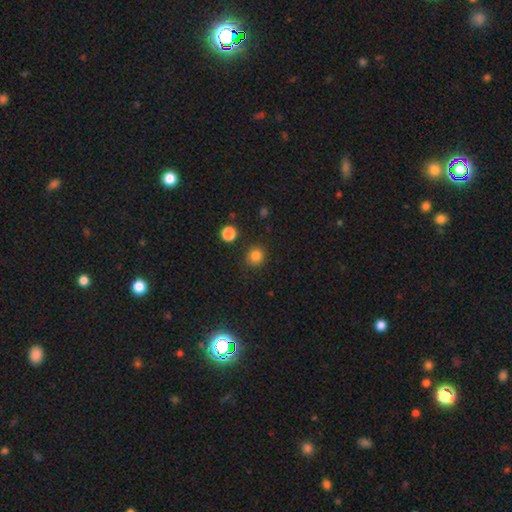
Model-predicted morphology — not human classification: type=smooth (83%); roundness=round (91%); merging=none (88%).